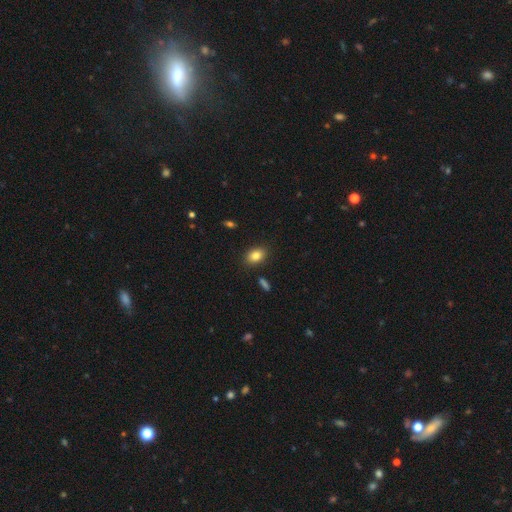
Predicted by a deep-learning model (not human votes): This appears to be a smooth galaxy with no disk features (83%) that is in between round and cigar-shaped (75%). Merging: none (87%).